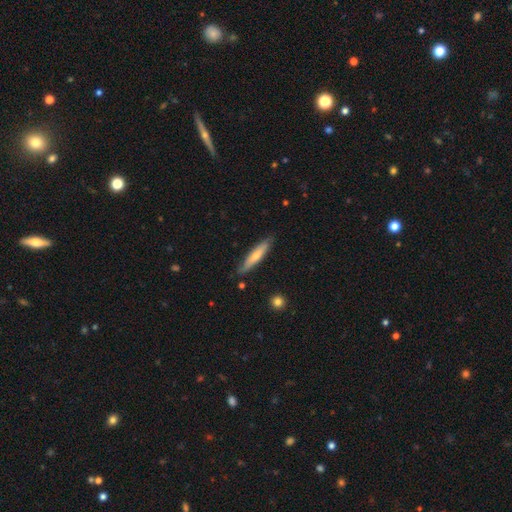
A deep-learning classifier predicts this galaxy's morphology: A smooth galaxy with no disk features (58%) that is cigar-shaped (87%).

Vote fractions:
- Smooth or featured? smooth: 58% / featured or disk: 37% / star or artifact: 5%
- How rounded? cigar-shaped: 87% / in between: 12% / round: 1%
- Merging? none: 83% / minor disturbance: 13% / major disturbance: 2% / merger: 2%